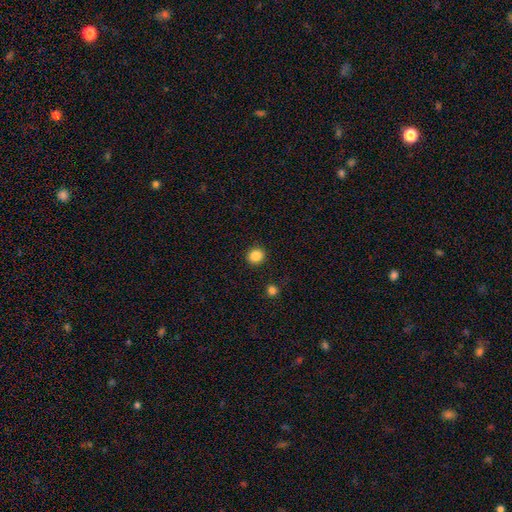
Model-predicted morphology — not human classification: smooth_or_featured: smooth (p=0.86) [alt: star or artifact p=0.10]
how_rounded: round (p=0.82) [alt: in between p=0.17]
merging: none (p=0.91) [alt: minor disturbance p=0.06]